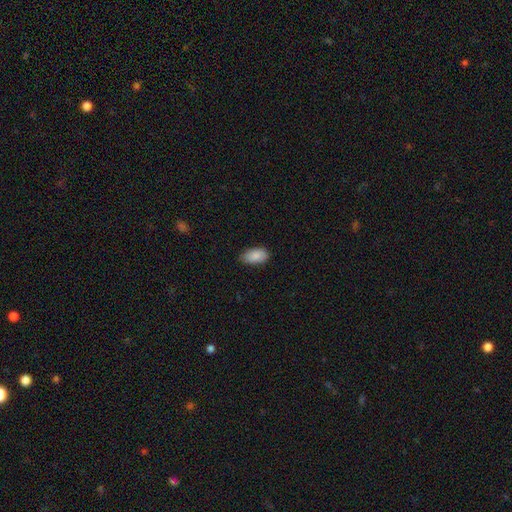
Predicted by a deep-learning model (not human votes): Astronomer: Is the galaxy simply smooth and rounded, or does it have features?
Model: smooth — 86%.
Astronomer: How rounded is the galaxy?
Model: in between — 94%.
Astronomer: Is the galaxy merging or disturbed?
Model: none — 79%.